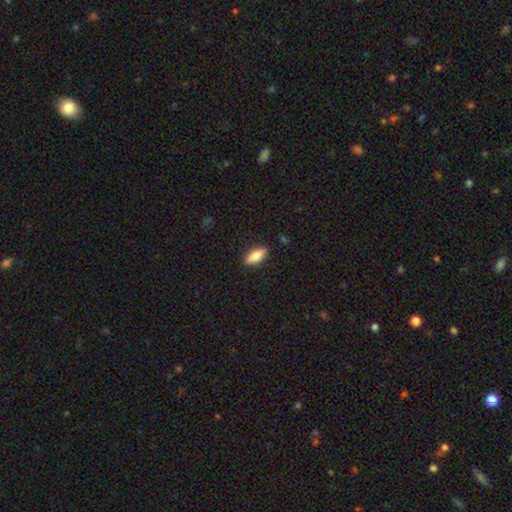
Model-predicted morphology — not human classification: This is likely a smooth galaxy (78%). How rounded: likely in between (70%). Merging: clearly none (88%).